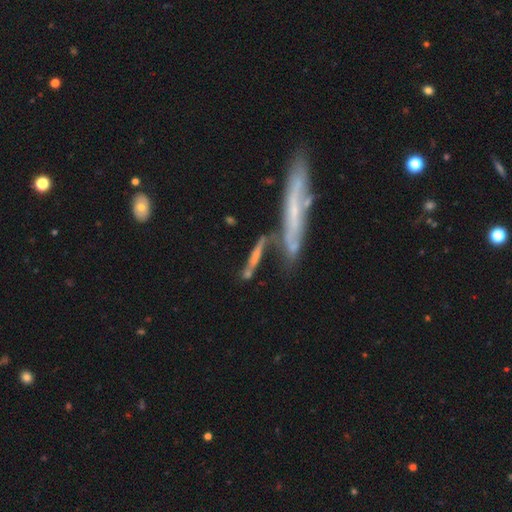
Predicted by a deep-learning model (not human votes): Q: Smooth or featured?
A: featured or disk (45%); runner-up: smooth (44%)
Q: Merging?
A: merger (43%); runner-up: none (30%)